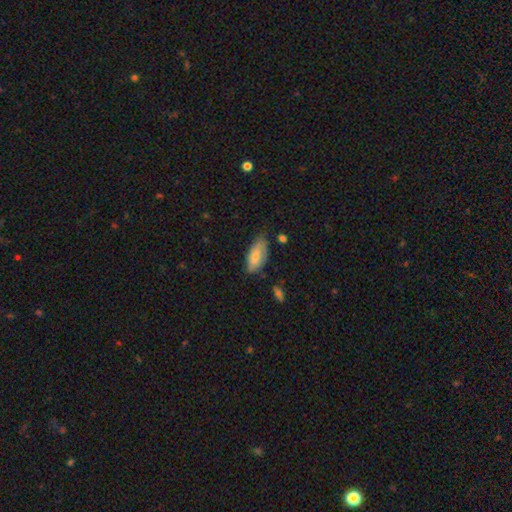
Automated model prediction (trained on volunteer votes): Smooth or featured? Predicted: smooth (p=0.73). How rounded? Predicted: in between (p=0.90). Merging? Predicted: none (p=0.64).